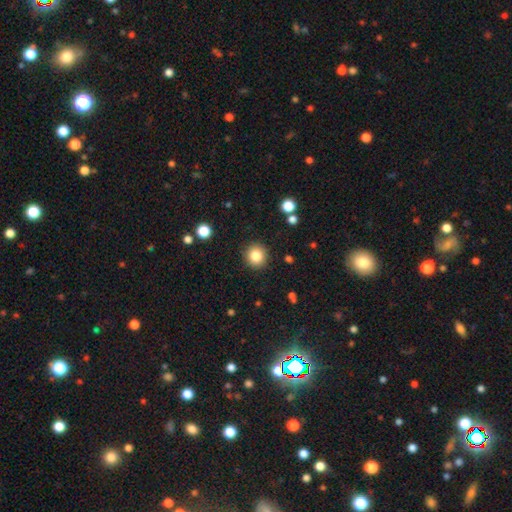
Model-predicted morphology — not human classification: A smooth galaxy with no disk features (84%) that is round (91%). Merging: none (90%).